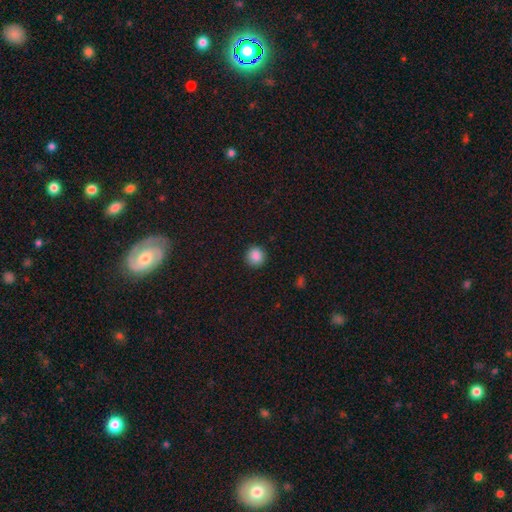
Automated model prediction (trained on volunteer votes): smooth 87%, star or artifact 10%, featured or disk 3%. Down the decision tree: how rounded — round (93%); merging — none (91%).